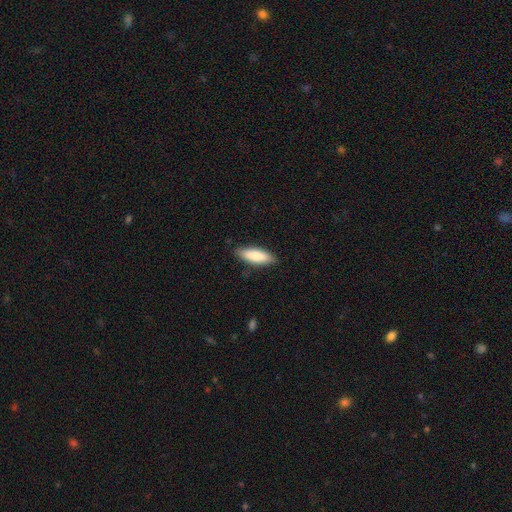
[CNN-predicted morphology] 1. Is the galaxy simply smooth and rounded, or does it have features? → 84% smooth, 10% featured or disk, 5% star or artifact.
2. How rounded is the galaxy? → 59% in between, 40% cigar-shaped, 2% round.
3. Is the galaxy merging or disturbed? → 85% none, 12% minor disturbance, 2% major disturbance, 1% merger.